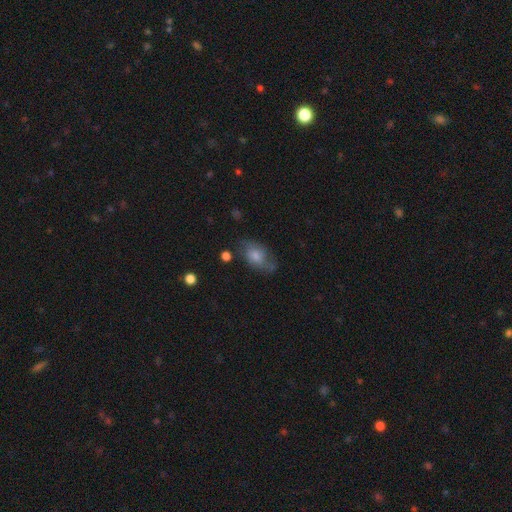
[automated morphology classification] Smooth or featured: smooth — 61% (featured or disk — 31%)
How rounded: in between — 86% (round — 12%)
Merging: none — 54% (minor disturbance — 28%)